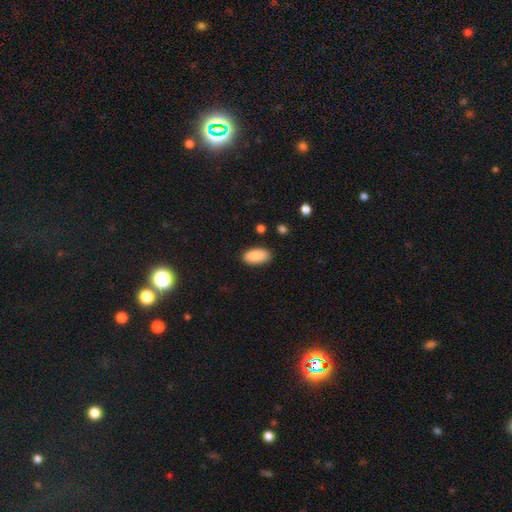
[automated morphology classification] smooth_or_featured: smooth (p=0.89) [alt: star or artifact p=0.06]
how_rounded: in between (p=0.94) [alt: cigar-shaped p=0.03]
merging: none (p=0.85) [alt: minor disturbance p=0.11]